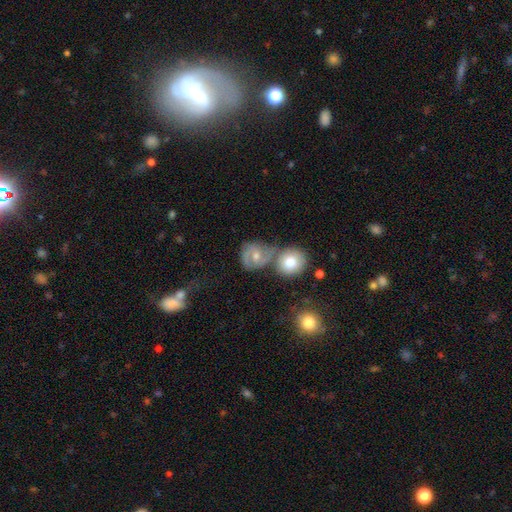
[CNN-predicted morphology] A featured or disk galaxy (55%) with no bar (56%), spiral arms (82%) and a moderate central bulge (66%). Merging: none (43%).